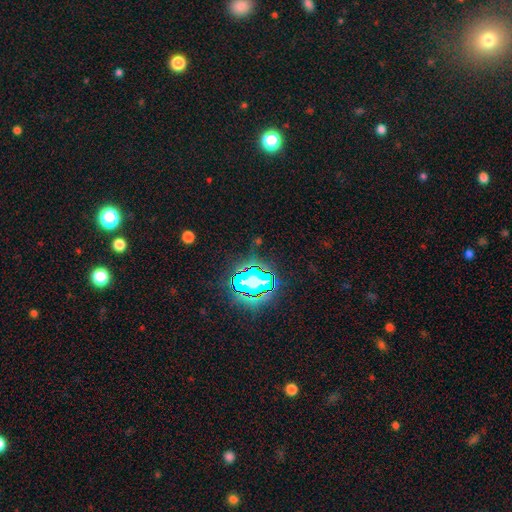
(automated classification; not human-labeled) A star or artifact, not a galaxy (79%).

Vote fractions:
- Smooth or featured? star or artifact: 79% / smooth: 13% / featured or disk: 8%